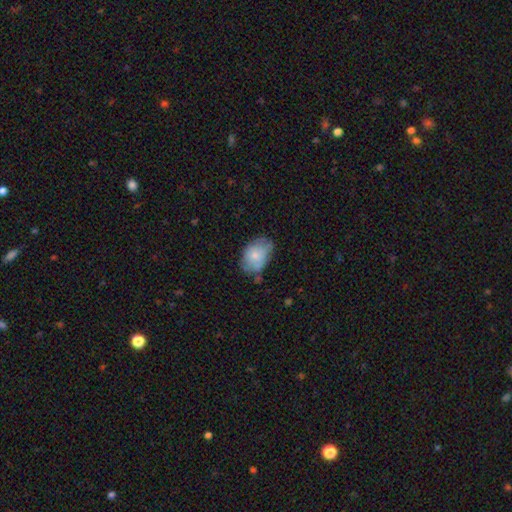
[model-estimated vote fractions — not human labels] smooth_or_featured: smooth (p=0.71) [alt: featured or disk p=0.22]
how_rounded: in between (p=0.80) [alt: round p=0.19]
merging: none (p=0.50) [alt: minor disturbance p=0.35]